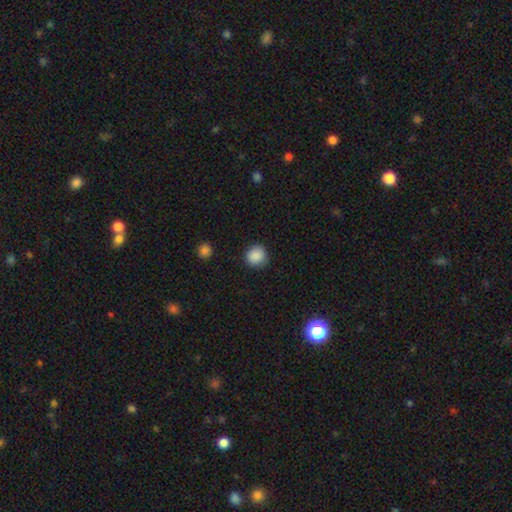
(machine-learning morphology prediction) A smooth galaxy with no disk features (88%) that is round (92%).

Vote fractions:
- Smooth or featured? smooth: 88% / star or artifact: 9% / featured or disk: 3%
- How rounded? round: 92% / in between: 7% / cigar-shaped: 1%
- Merging? none: 89% / minor disturbance: 8% / major disturbance: 2% / merger: 1%